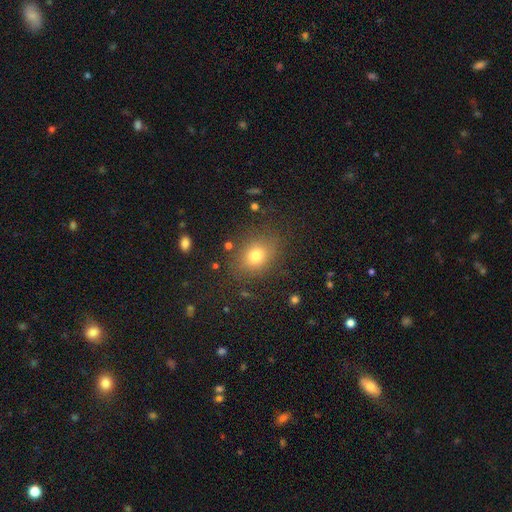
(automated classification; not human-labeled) Morphology: type=smooth (75%); roundness=in between (53%); merging=none (81%).